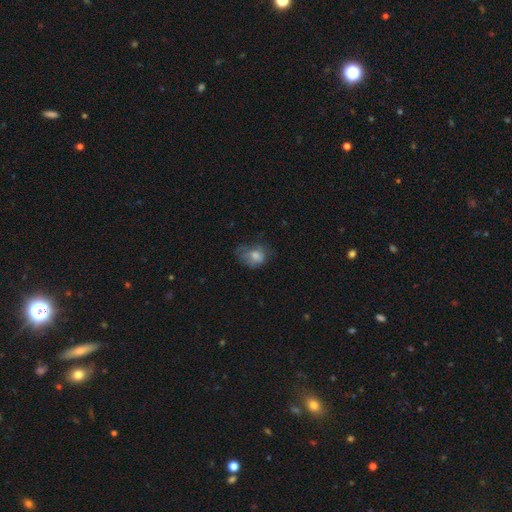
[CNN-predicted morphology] Overall: smooth (62%; featured or disk 26%). How rounded: in between (61%; round 38%). Merging: none (40%; major disturbance 30%).